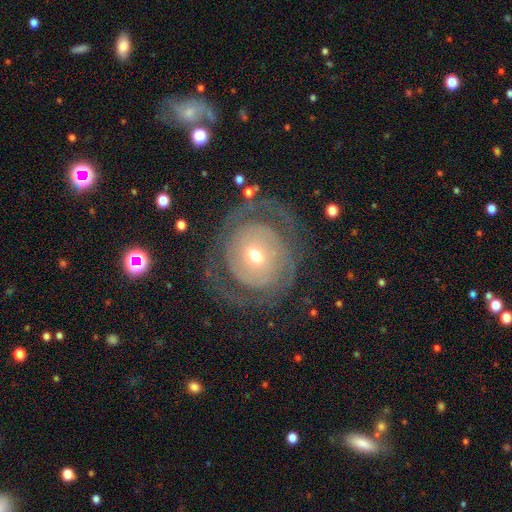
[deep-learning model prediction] A featured or disk galaxy (75%) with no bar (73%), 2 (43%) tight (66%) spiral arms (72%) and a moderate central bulge (53%). Merging: none (70%).